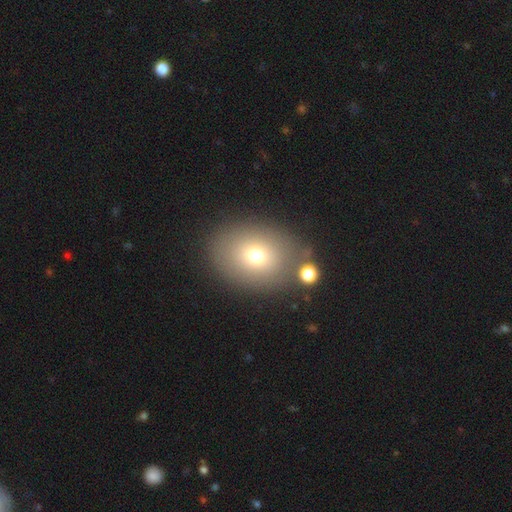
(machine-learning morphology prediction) smooth-or-featured: smooth: 72% | featured or disk: 15% | star or artifact: 13%
  how-rounded: in between: 55% | round: 44% | cigar-shaped: 1%
  merging: none: 76% | minor disturbance: 12% | merger: 7% | major disturbance: 5%